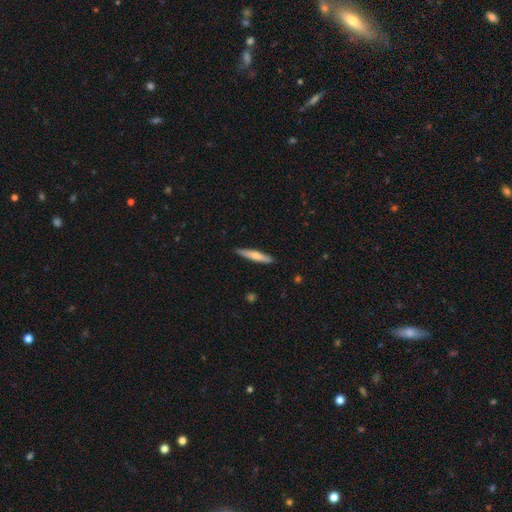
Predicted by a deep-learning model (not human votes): Overall: smooth (59%; featured or disk 36%). How rounded: cigar-shaped (91%). Merging: none (88%).